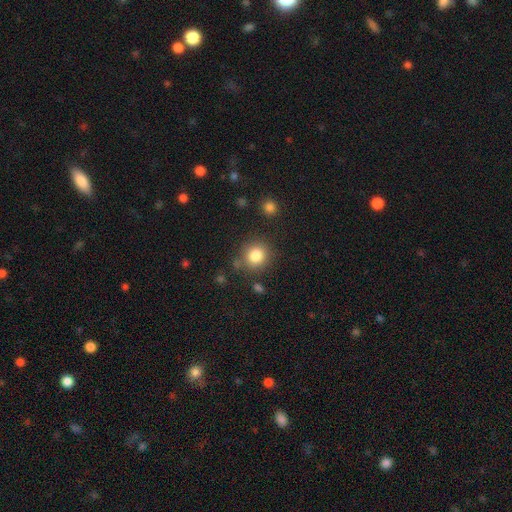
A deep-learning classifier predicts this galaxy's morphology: smooth-or-featured: smooth: 82% | star or artifact: 11% | featured or disk: 6%
  how-rounded: round: 87% | in between: 12% | cigar-shaped: 1%
  merging: none: 81% | minor disturbance: 10% | merger: 5% | major disturbance: 4%